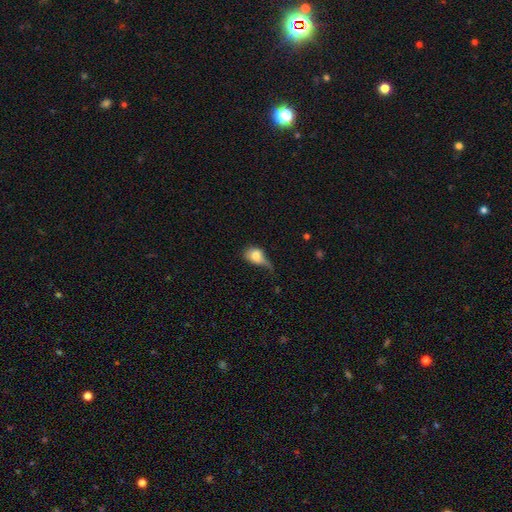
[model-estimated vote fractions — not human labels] This appears to be a smooth galaxy with no disk features (71%) that is in between round and cigar-shaped (62%). Merging: major disturbance (44%).